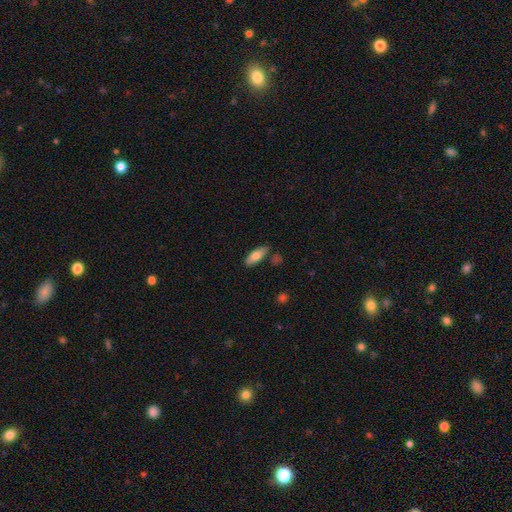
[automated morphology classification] Smooth or featured? smooth (73%)
How rounded? in between (75%)
Merging? none (79%)